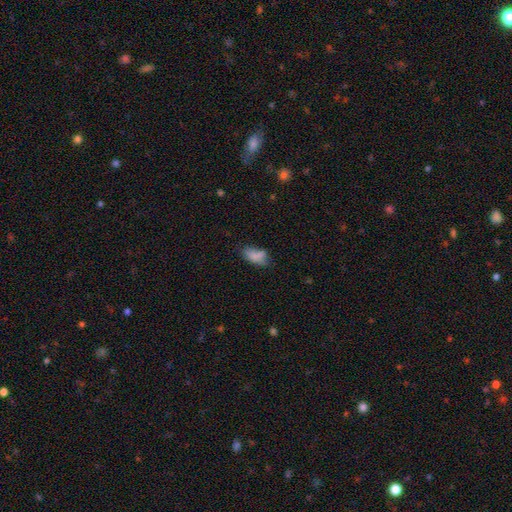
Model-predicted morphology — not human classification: This is likely a smooth galaxy (77%). How rounded: clearly in between (89%). Merging: possibly none (47%).